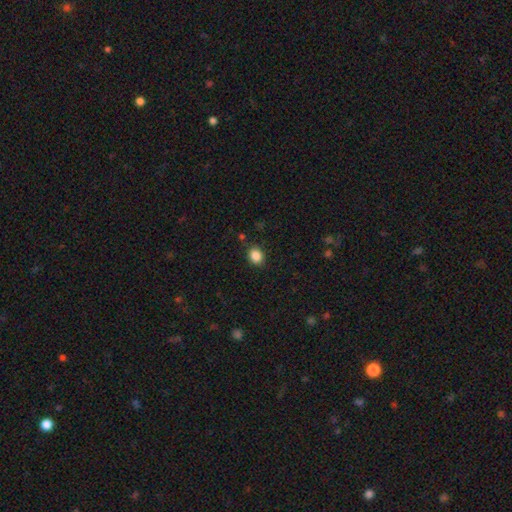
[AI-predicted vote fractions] Overall: smooth (86%). How rounded: round (57%; in between 42%). Merging: none (87%).